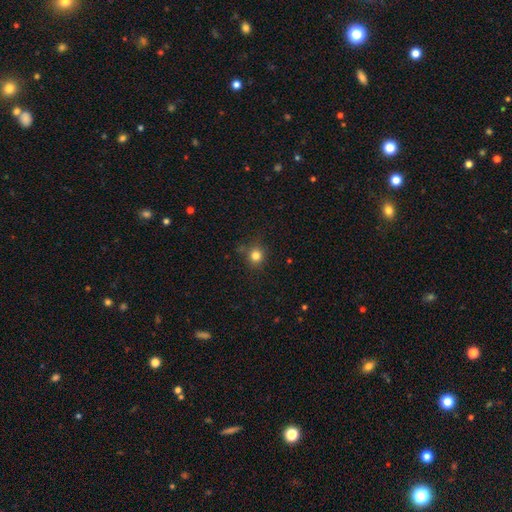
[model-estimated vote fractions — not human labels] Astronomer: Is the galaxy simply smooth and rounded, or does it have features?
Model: smooth — 81%.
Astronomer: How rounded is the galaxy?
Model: round — 88%.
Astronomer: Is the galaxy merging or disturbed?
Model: none — 82%.